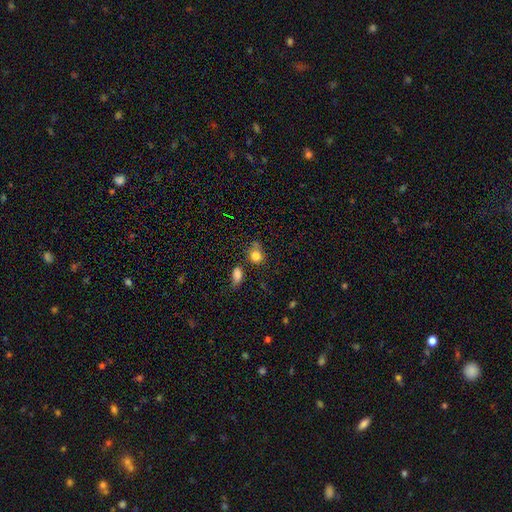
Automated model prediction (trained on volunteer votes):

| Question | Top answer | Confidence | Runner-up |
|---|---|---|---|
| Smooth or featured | smooth | 80% | star or artifact (12%) |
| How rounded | round | 73% | in between (25%) |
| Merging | none | 56% | minor disturbance (22%) |